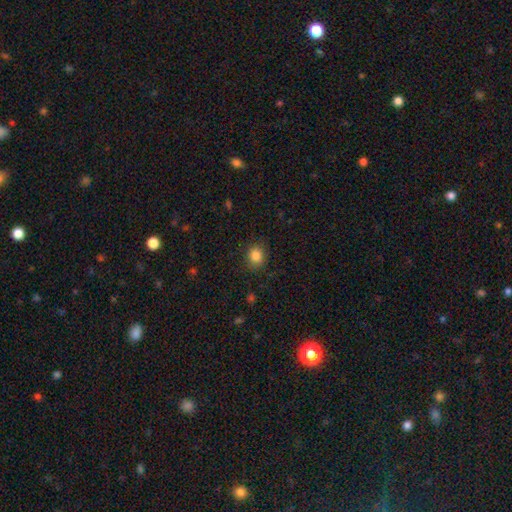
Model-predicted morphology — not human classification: Smooth or featured? smooth (84%)
How rounded? round (70%)
Merging? none (86%)